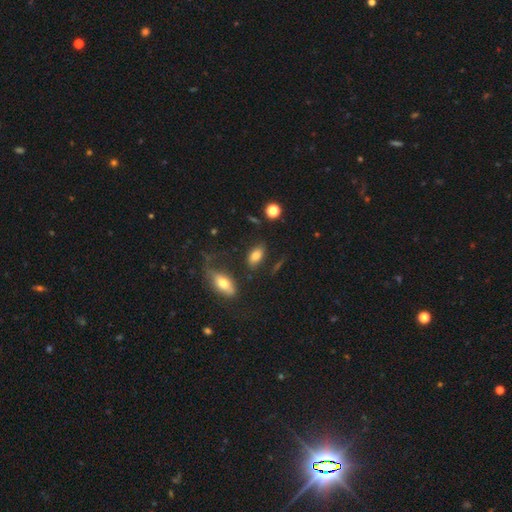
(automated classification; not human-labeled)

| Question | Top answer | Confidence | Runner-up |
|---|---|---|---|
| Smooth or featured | smooth | 79% | featured or disk (12%) |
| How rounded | in between | 89% | round (7%) |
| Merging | none | 75% | minor disturbance (15%) |